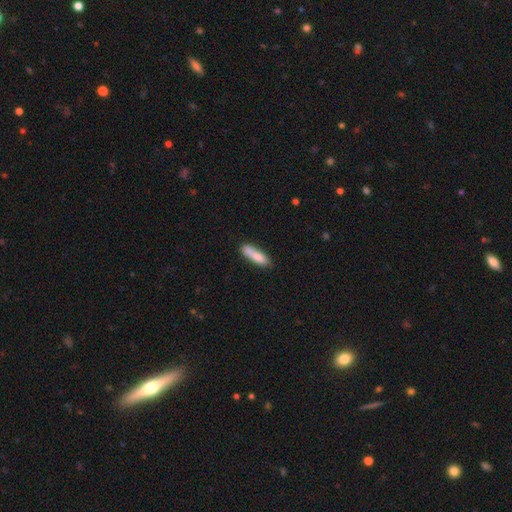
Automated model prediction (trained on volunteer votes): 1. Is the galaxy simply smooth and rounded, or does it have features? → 79% smooth, 15% featured or disk, 7% star or artifact.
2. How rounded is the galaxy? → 71% cigar-shaped, 27% in between, 2% round.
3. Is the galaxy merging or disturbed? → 61% none, 20% minor disturbance, 14% merger, 5% major disturbance.